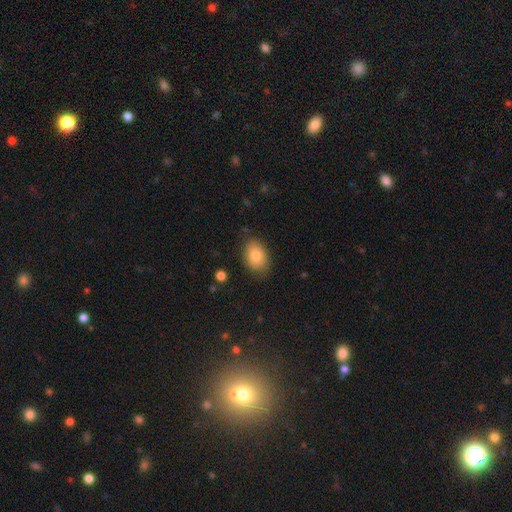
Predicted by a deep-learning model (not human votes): Overall: smooth (80%). How rounded: in between (81%). Merging: none (78%).